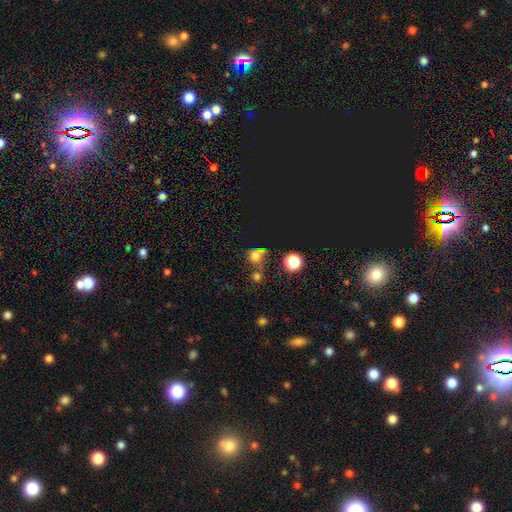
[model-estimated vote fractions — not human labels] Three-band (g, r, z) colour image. It shows a smooth galaxy with no disk features (60%) that is round (77%). Merging: none (43%).